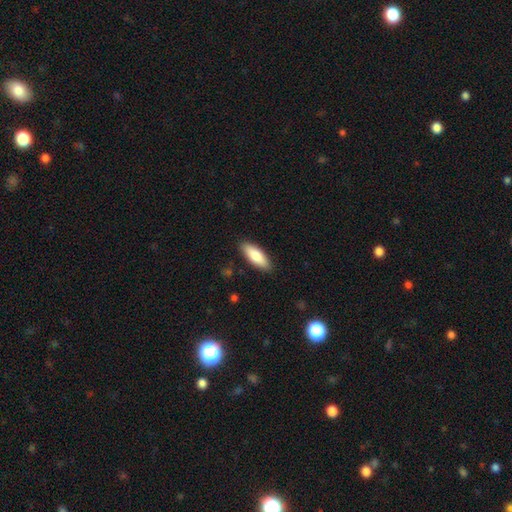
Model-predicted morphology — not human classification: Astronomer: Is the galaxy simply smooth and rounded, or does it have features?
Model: smooth — 82%.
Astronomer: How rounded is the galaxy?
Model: in between — 64%.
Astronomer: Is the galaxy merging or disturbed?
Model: none — 88%.